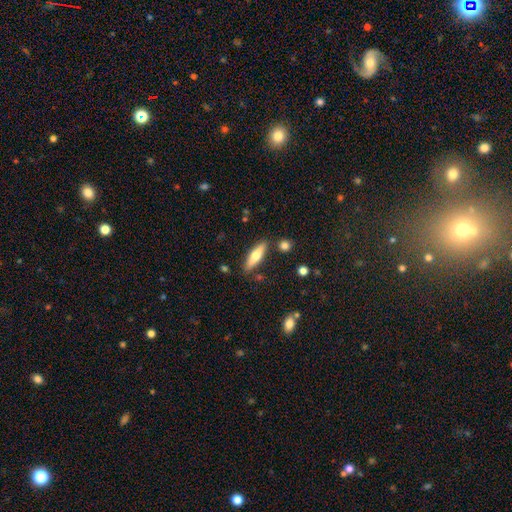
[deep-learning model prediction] Smooth or featured? smooth (57%)
How rounded? cigar-shaped (64%)
Merging? none (84%)